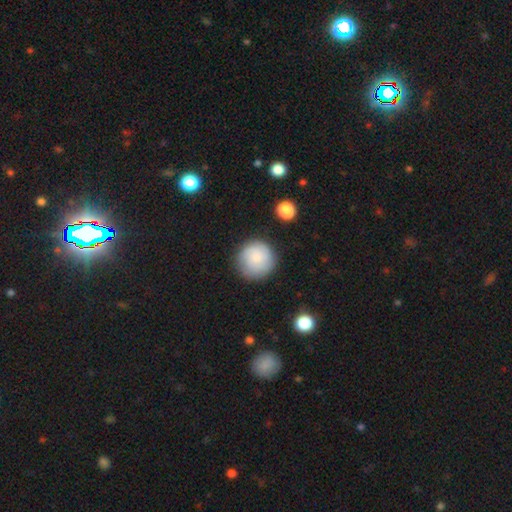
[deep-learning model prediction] Overall: smooth (64%; featured or disk 28%). How rounded: round (94%). Merging: none (83%).